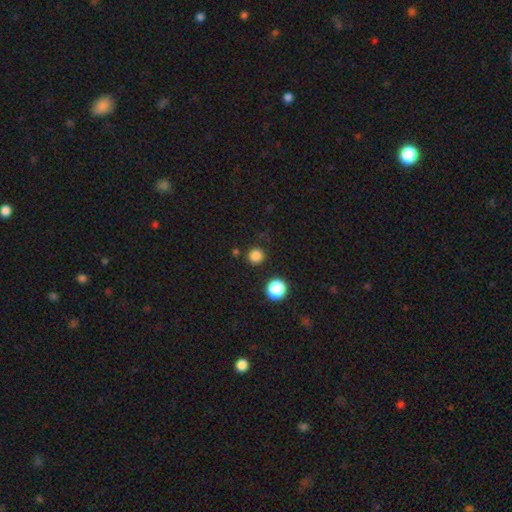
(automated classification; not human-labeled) Overall: smooth (82%). How rounded: round (95%). Merging: none (88%).